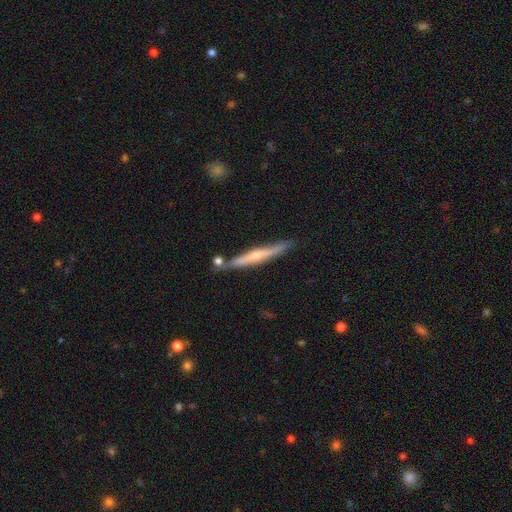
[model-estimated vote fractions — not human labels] A featured or disk galaxy (61%) viewed edge-on (96%) with a rounded central bulge (62%).

Vote fractions:
- Smooth or featured? featured or disk: 61% / smooth: 33% / star or artifact: 6%
- Edge-on disk? yes: 96% / no: 4%
- Edge-on bulge? rounded: 62% / none: 28% / boxy: 9%
- Merging? none: 77% / minor disturbance: 13% / merger: 7% / major disturbance: 3%